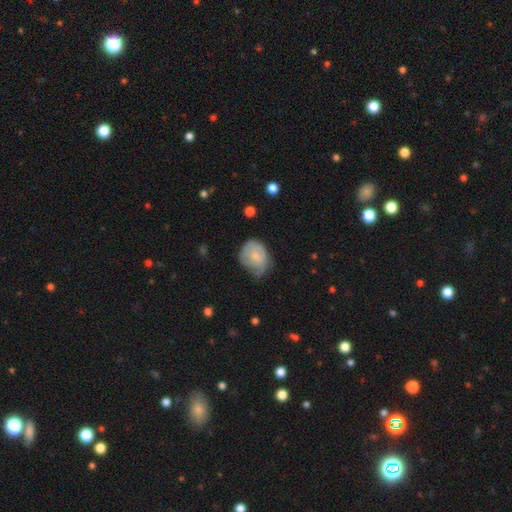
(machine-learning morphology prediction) This is possibly a smooth galaxy (50%). Merging: marginally none (42%).